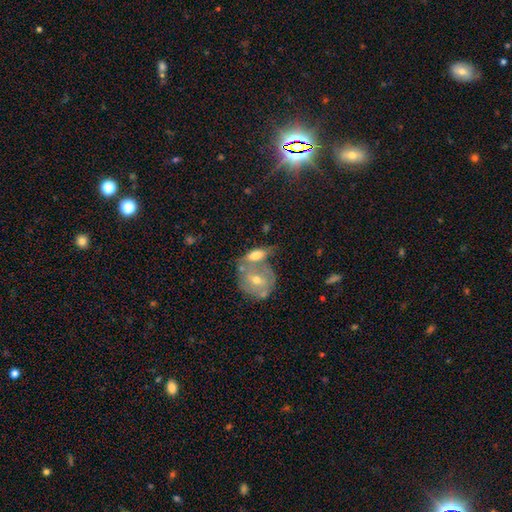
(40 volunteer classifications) smooth-or-featured: featured or disk: 52% | smooth: 48% | star or artifact: 0%
  disk-edge-on: no: 52% | yes: 48%
    bar: no: 55% | weak: 45% | strong: 0%
    has-spiral-arms: no: 82% | yes: 18%
    bulge-size: moderate: 82% | large: 9% | small: 9% | dominant: 0% | none: 0%
  merging: merger: 55% | none: 28% | minor disturbance: 15% | major disturbance: 2%